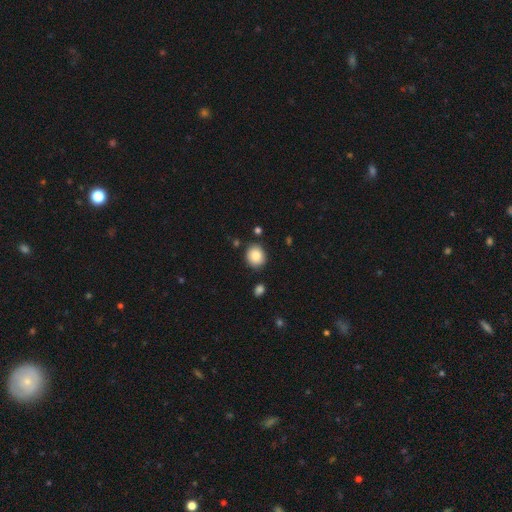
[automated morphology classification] The model was most divided on "how rounded": round: 73%, in between: 27%, cigar-shaped: 1%. More confident: smooth or featured — smooth (87%); merging — none (84%).